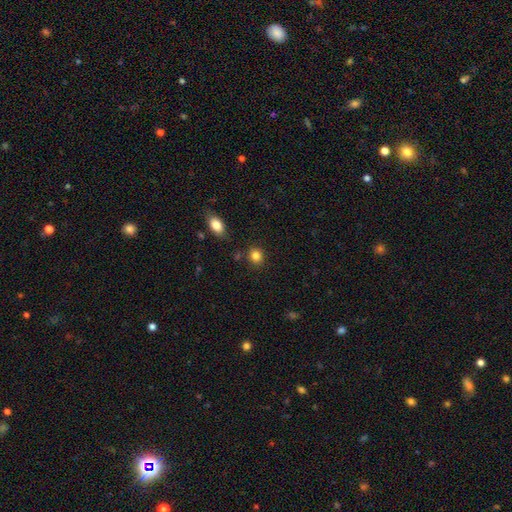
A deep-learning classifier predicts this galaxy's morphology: smooth_or_featured: smooth (p=0.85) [alt: star or artifact p=0.11]
how_rounded: round (p=0.81) [alt: in between p=0.18]
merging: none (p=0.84) [alt: minor disturbance p=0.09]